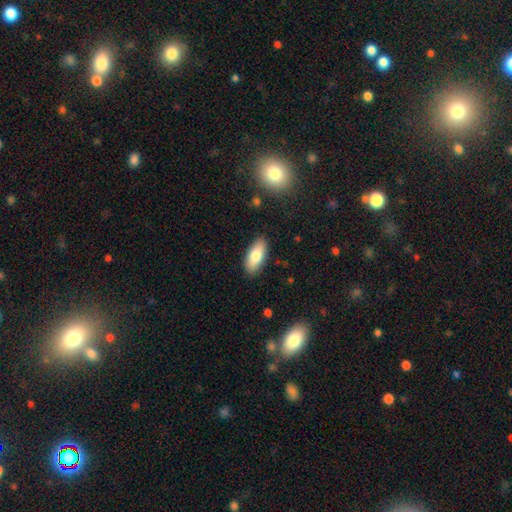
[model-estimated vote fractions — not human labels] A smooth galaxy with no disk features (80%) that is in between round and cigar-shaped (84%).

Vote fractions:
- Smooth or featured? smooth: 80% / featured or disk: 14% / star or artifact: 6%
- How rounded? in between: 84% / cigar-shaped: 13% / round: 2%
- Merging? none: 87% / minor disturbance: 9% / major disturbance: 2% / merger: 1%